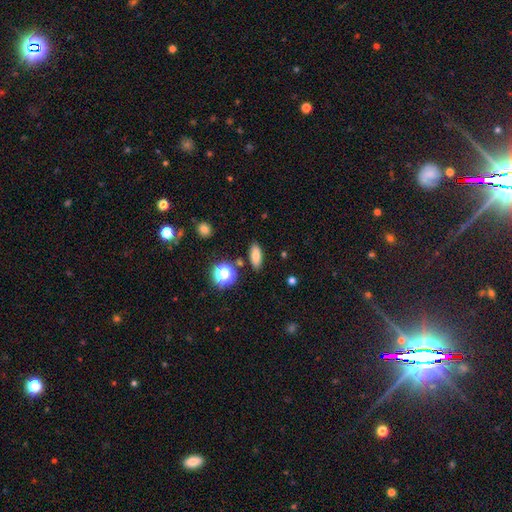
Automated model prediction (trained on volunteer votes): smooth_or_featured: smooth (p=0.77) [alt: star or artifact p=0.13]
how_rounded: in between (p=0.74) [alt: cigar-shaped p=0.18]
merging: none (p=0.86) [alt: minor disturbance p=0.09]